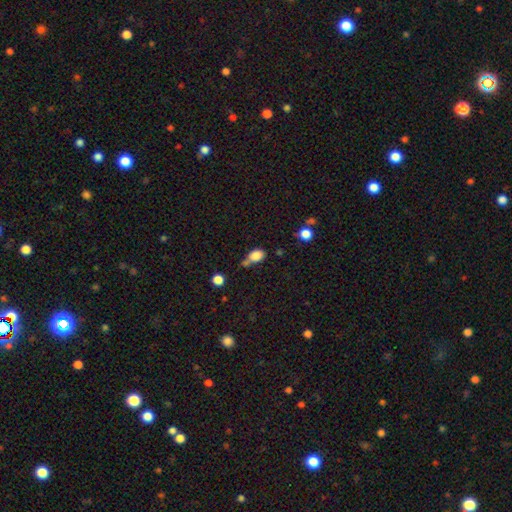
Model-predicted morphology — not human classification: Overall: smooth (83%). How rounded: in between (75%). Merging: none (41%; merger 31%).